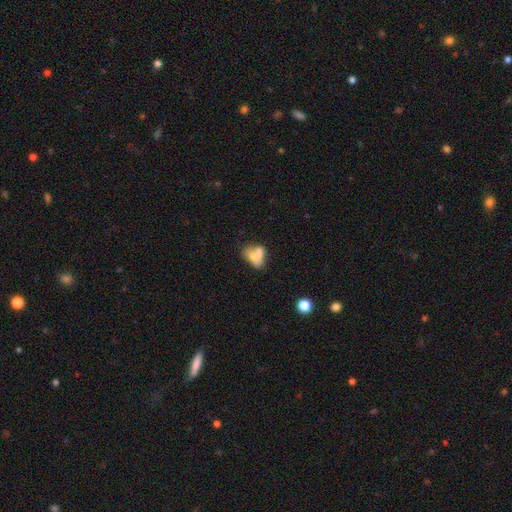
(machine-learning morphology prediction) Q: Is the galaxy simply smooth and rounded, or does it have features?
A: smooth — 59%.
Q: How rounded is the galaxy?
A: in between — 74%.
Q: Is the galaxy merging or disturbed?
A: merger — 52%.